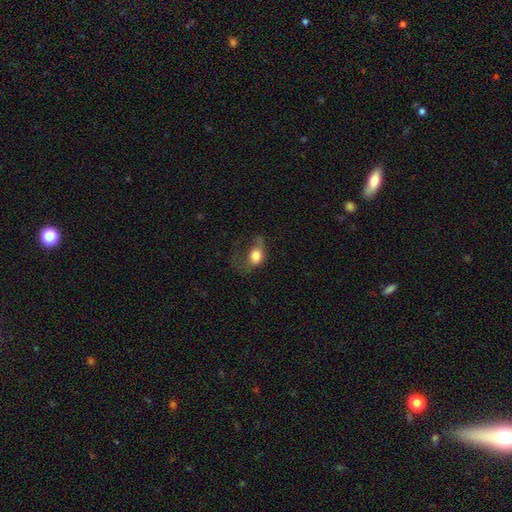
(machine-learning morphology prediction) The model was most divided on "merging": major disturbance: 51%, minor disturbance: 24%, none: 23%, merger: 2%. More confident: smooth or featured — smooth (72%); how rounded — in between (68%).